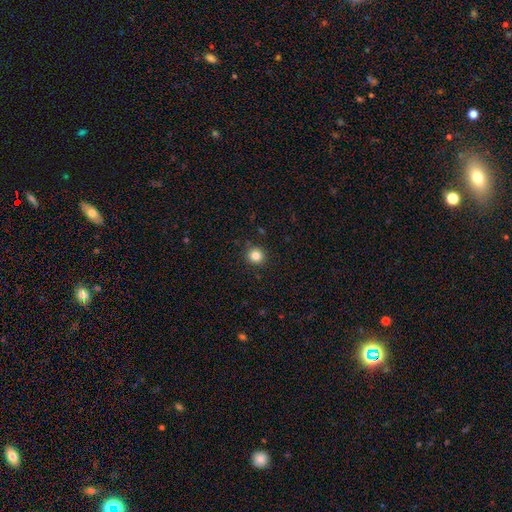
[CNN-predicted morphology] type=smooth (83%); roundness=round (92%); merging=none (91%).